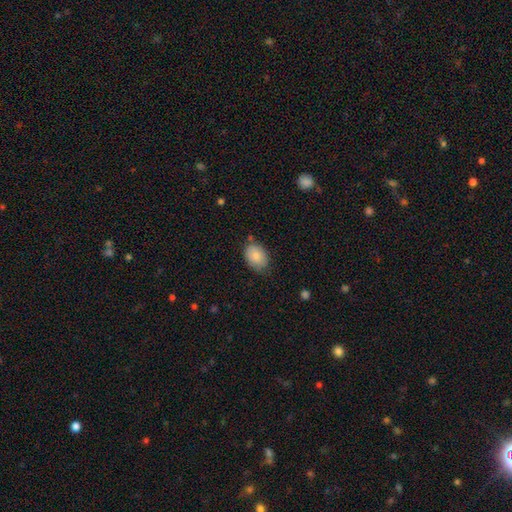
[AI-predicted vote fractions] smooth-or-featured: smooth: 83% | featured or disk: 9% | star or artifact: 7%
  how-rounded: in between: 78% | round: 21% | cigar-shaped: 1%
  merging: none: 75% | minor disturbance: 19% | major disturbance: 3% | merger: 2%